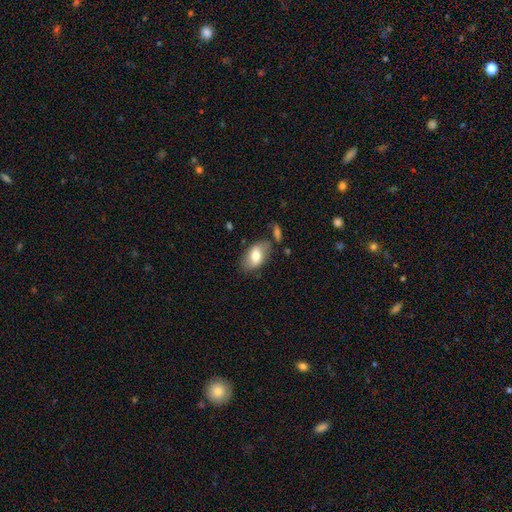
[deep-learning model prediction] Morphology: type=smooth (73%); roundness=in between (90%); merging=none (69%).